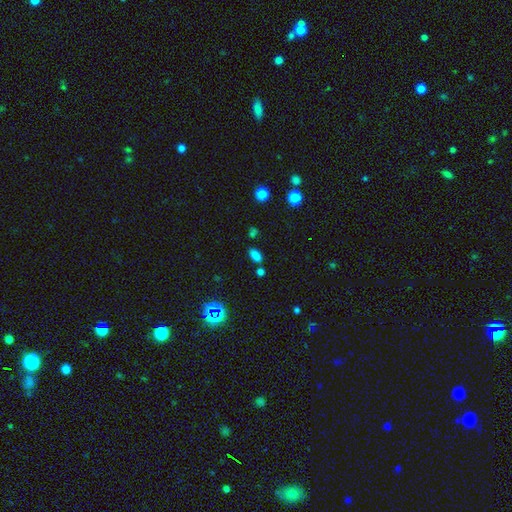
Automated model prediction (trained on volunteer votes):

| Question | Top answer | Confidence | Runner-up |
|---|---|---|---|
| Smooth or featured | smooth | 76% | star or artifact (19%) |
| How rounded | in between | 87% | cigar-shaped (6%) |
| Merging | none | 73% | minor disturbance (12%) |